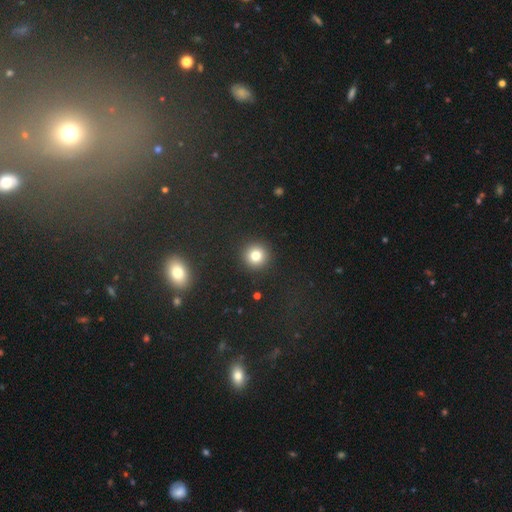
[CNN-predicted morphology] Smooth or featured? Predicted: smooth (p=0.79). How rounded? Predicted: round (p=0.95). Merging? Predicted: none (p=0.92).